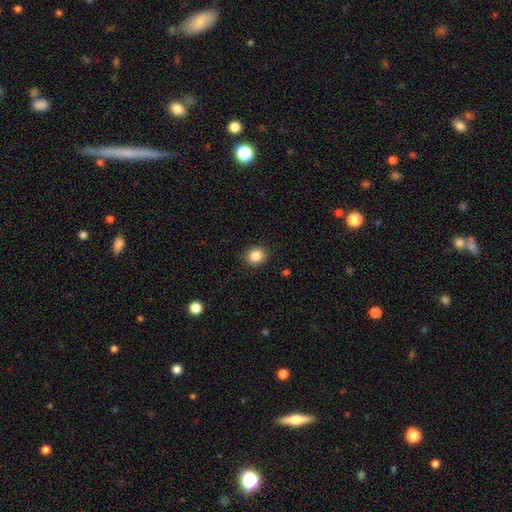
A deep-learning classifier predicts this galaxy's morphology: Overall: smooth (87%). How rounded: round (69%; in between 30%). Merging: none (89%).